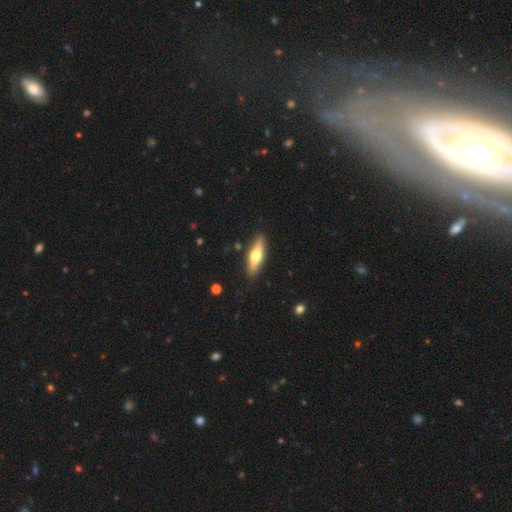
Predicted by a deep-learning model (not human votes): Overall: smooth (51%; featured or disk 44%). How rounded: cigar-shaped (57%; in between 41%). Merging: none (88%).